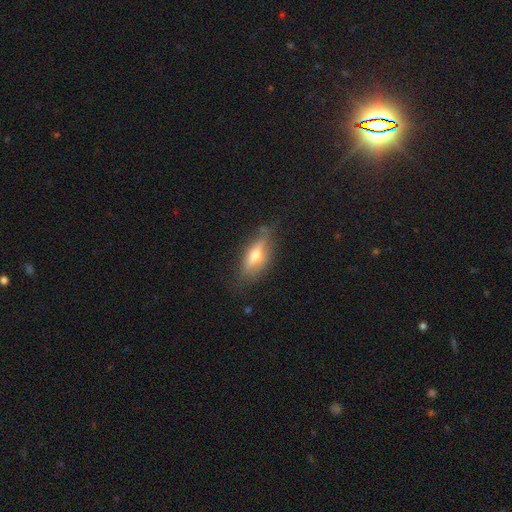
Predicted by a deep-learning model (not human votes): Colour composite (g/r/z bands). It shows a smooth galaxy with no disk features (49%). Merging: none (72%).